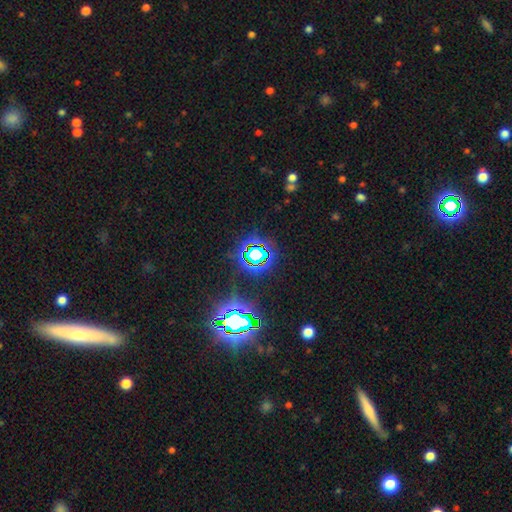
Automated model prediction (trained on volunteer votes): smooth-or-featured: star or artifact: 73% | smooth: 16% | featured or disk: 10%